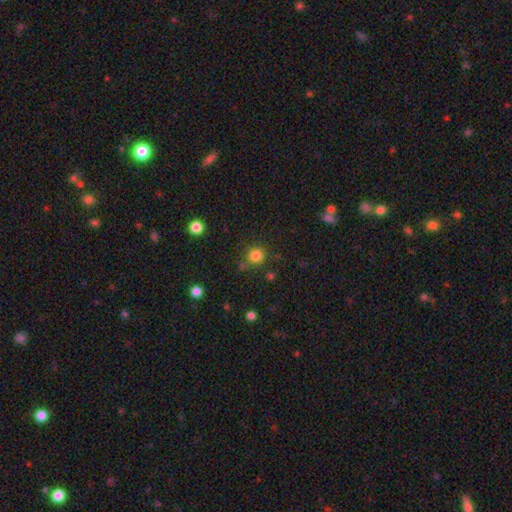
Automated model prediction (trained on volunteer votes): Q: Smooth or featured?
A: smooth (82%); runner-up: star or artifact (13%)
Q: How rounded?
A: round (92%); runner-up: in between (7%)
Q: Merging?
A: none (81%); runner-up: minor disturbance (9%)